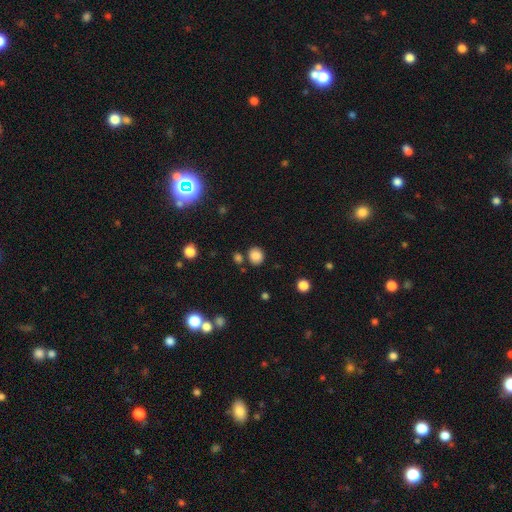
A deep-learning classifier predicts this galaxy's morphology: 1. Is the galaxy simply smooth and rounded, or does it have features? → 85% smooth, 11% star or artifact, 4% featured or disk.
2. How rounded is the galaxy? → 78% round, 22% in between, 1% cigar-shaped.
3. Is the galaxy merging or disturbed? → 80% none, 10% minor disturbance, 7% merger, 3% major disturbance.